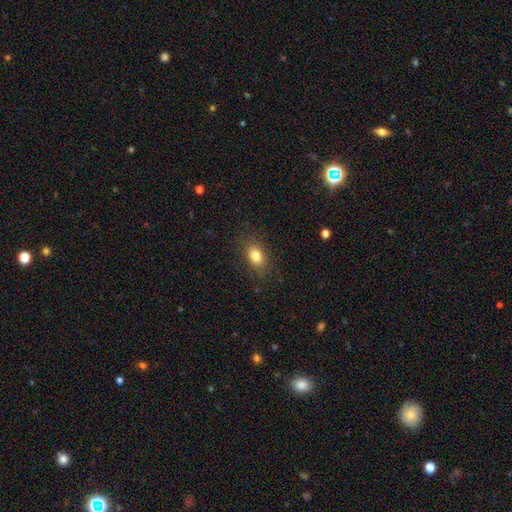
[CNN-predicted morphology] A smooth galaxy with no disk features (82%) that is in between round and cigar-shaped (81%). Merging: none (85%).